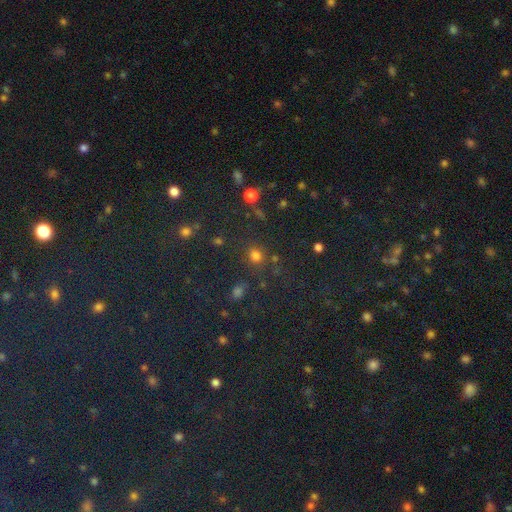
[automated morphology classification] Q: Smooth or featured?
A: smooth (70%); runner-up: star or artifact (23%)
Q: How rounded?
A: round (71%); runner-up: in between (27%)
Q: Merging?
A: none (75%); runner-up: minor disturbance (11%)